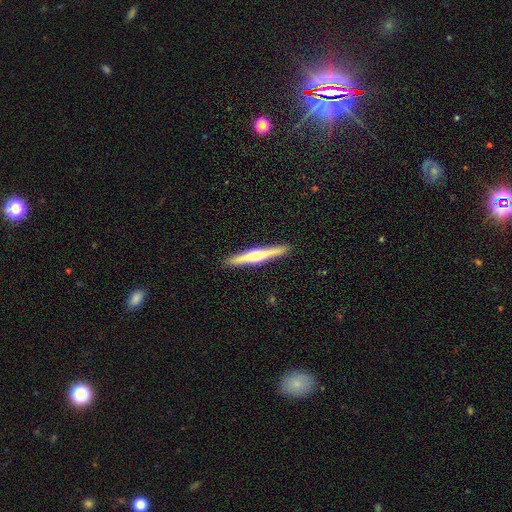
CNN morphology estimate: Smooth or featured? featured or disk (69%)
Edge-on disk? yes (98%)
Edge-on bulge? rounded (91%)
Merging? none (92%)